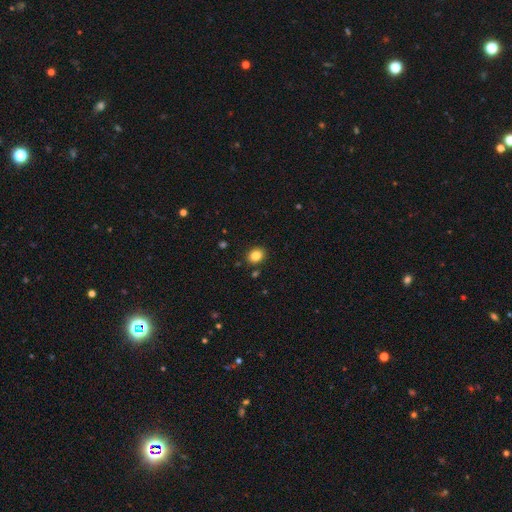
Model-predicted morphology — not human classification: smooth 85%, star or artifact 10%, featured or disk 5%. Down the decision tree: how rounded — round (55%); merging — none (87%).